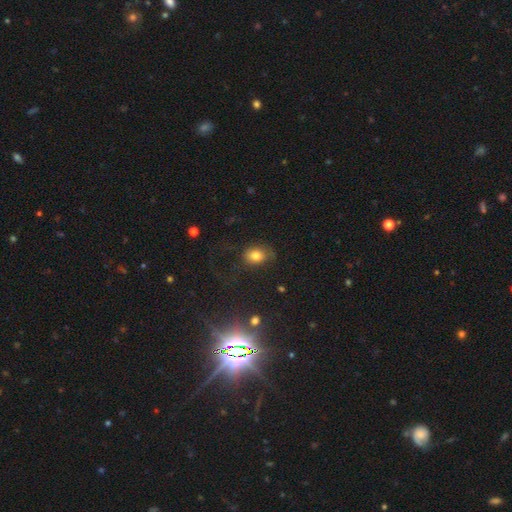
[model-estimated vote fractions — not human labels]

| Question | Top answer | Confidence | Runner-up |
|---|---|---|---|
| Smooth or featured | smooth | 78% | star or artifact (12%) |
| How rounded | in between | 57% | round (42%) |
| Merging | none | 65% | minor disturbance (21%) |